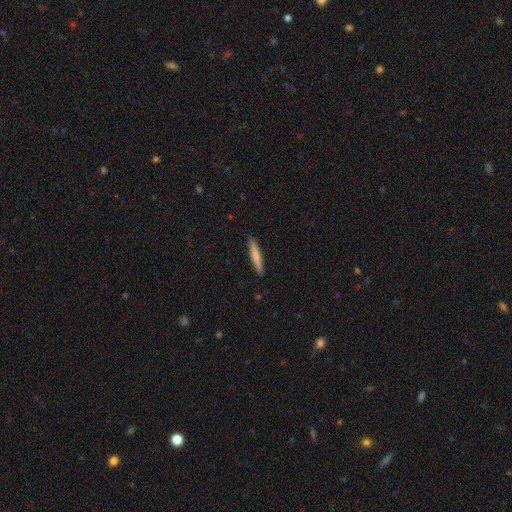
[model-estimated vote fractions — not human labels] The model was most divided on "smooth or featured": smooth: 75%, featured or disk: 19%, star or artifact: 5%. More confident: how rounded — cigar-shaped (93%); merging — none (91%).